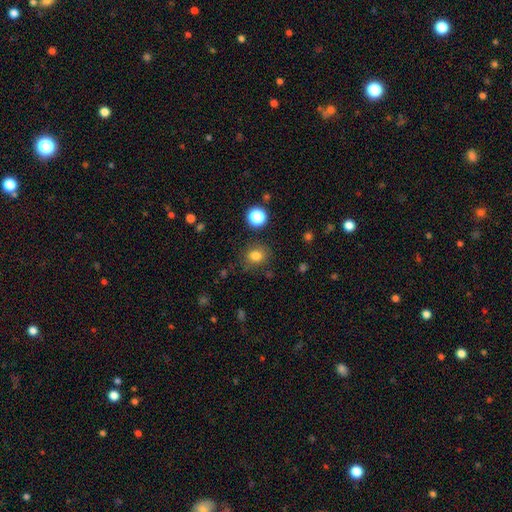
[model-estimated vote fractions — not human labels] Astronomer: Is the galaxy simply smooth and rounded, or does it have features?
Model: smooth — 79%.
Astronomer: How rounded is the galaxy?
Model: round — 66%.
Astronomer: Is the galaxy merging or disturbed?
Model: none — 79%.